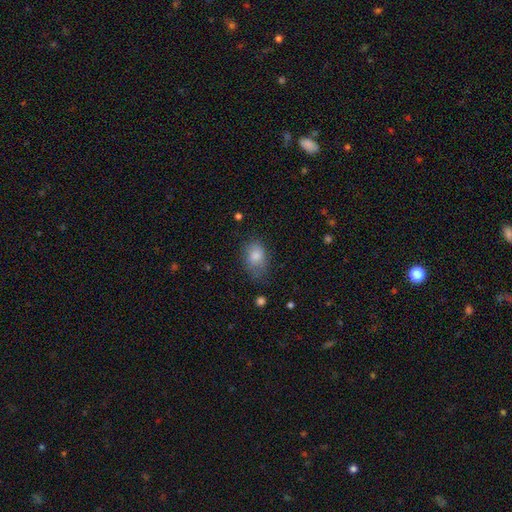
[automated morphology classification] Smooth or featured? Predicted: smooth (p=0.81). How rounded? Predicted: in between (p=0.76). Merging? Predicted: none (p=0.60).